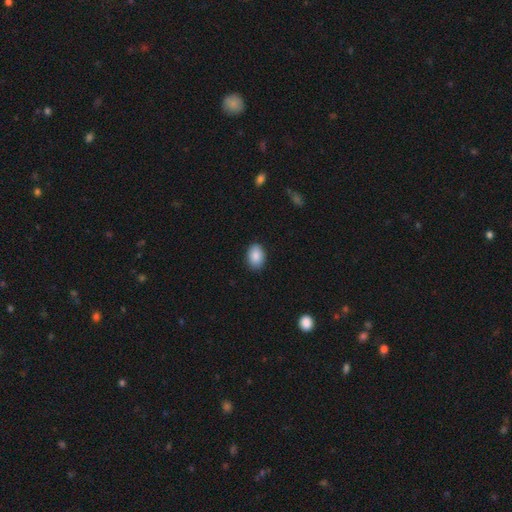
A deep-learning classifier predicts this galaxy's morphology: This appears to be a smooth galaxy with no disk features (88%) that is in between round and cigar-shaped (84%). Merging: none (88%).